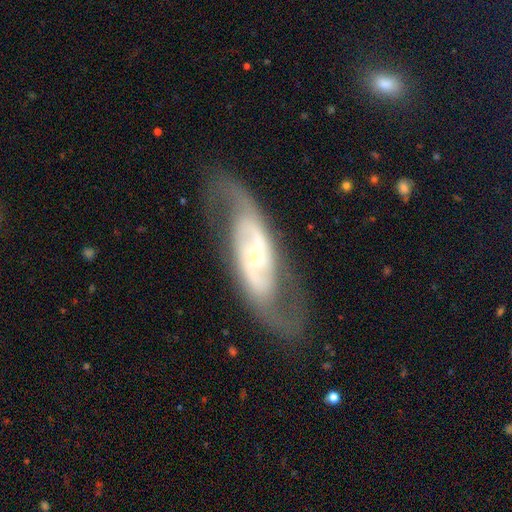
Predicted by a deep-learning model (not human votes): Smooth or featured: featured or disk — 84% (smooth — 10%)
Edge-on disk: no — 89% (yes — 11%)
Bar: no — 44% (weak — 33%)
Spiral arms: yes — 88% (no — 12%)
Spiral winding: medium — 45% (loose — 30%)
Spiral arm count: 2 — 85% (can't tell — 9%)
Bulge size: small — 65% (moderate — 30%)
Merging: none — 75% (minor disturbance — 14%)